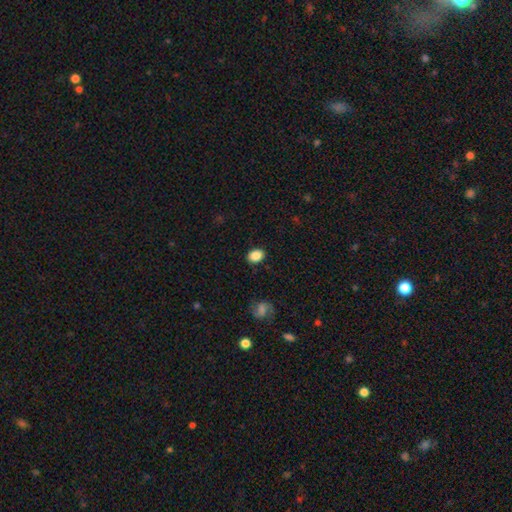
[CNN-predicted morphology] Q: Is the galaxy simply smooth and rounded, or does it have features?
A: smooth — 86%.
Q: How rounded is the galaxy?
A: in between — 68%.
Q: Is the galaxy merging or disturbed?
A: none — 86%.